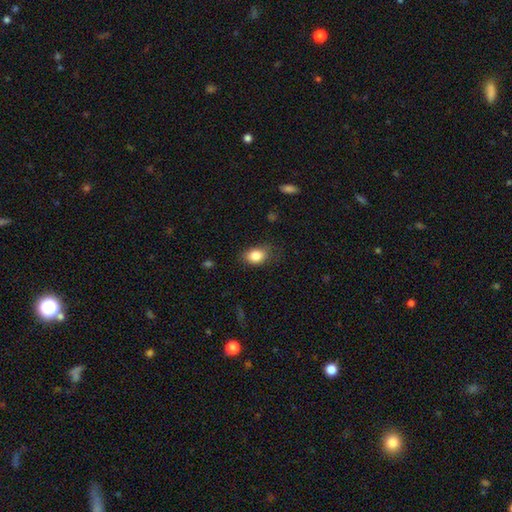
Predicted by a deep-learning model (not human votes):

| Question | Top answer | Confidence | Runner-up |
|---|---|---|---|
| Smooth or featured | smooth | 85% | star or artifact (9%) |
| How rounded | in between | 70% | round (29%) |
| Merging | none | 70% | minor disturbance (22%) |